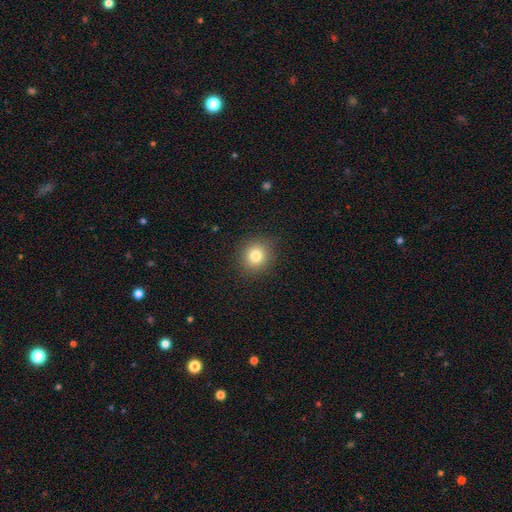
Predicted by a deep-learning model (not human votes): Smooth or featured?
  - smooth: 81% *
  - star or artifact: 12%
  - featured or disk: 7%
How rounded?
  - round: 83% *
  - in between: 16%
  - cigar-shaped: 1%
Merging?
  - none: 90% *
  - minor disturbance: 7%
  - major disturbance: 3%
  - merger: 1%